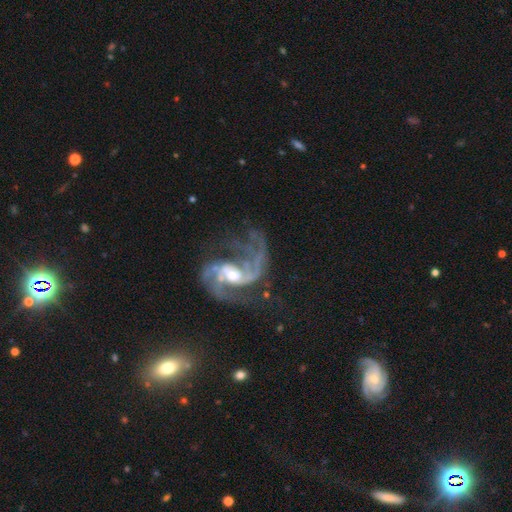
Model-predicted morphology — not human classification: Smooth or featured? Predicted: featured or disk (p=0.90). Edge-on disk? Predicted: no (p=0.97). Bar? Predicted: weak (p=0.44). Spiral arms? Predicted: yes (p=0.97). Spiral winding? Predicted: loose (p=0.53). Spiral arm count? Predicted: 2 (p=0.68). Bulge size? Predicted: moderate (p=0.53). Merging? Predicted: none (p=0.43).